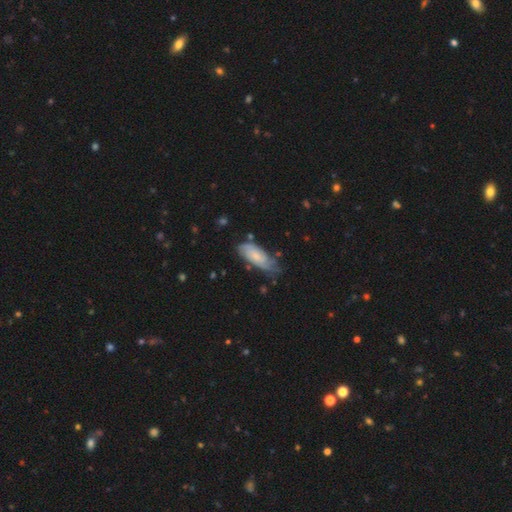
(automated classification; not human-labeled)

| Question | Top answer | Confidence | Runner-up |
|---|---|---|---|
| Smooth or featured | smooth | 47% | featured or disk (46%) |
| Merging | none | 52% | minor disturbance (33%) |